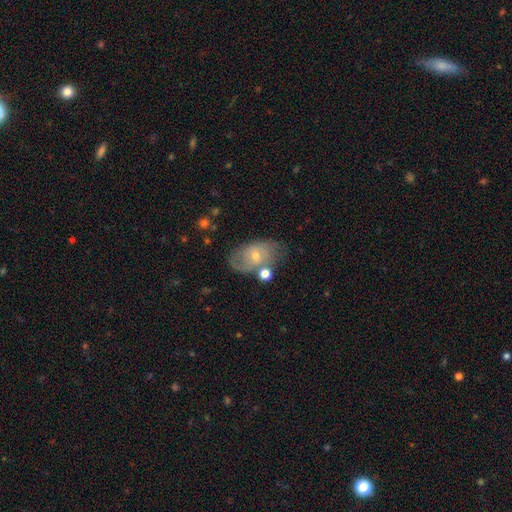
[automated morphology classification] type=featured or disk (62%); edge-on=no (95%); bar=no (72%); spiral arms=yes (77%); bulge=small (61%); merging=none (59%).